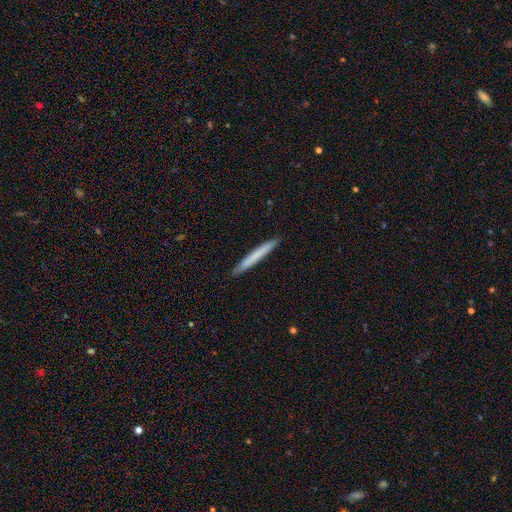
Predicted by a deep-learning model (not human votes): Smooth or featured? Predicted: smooth (p=0.69). How rounded? Predicted: cigar-shaped (p=0.97). Merging? Predicted: none (p=0.92).